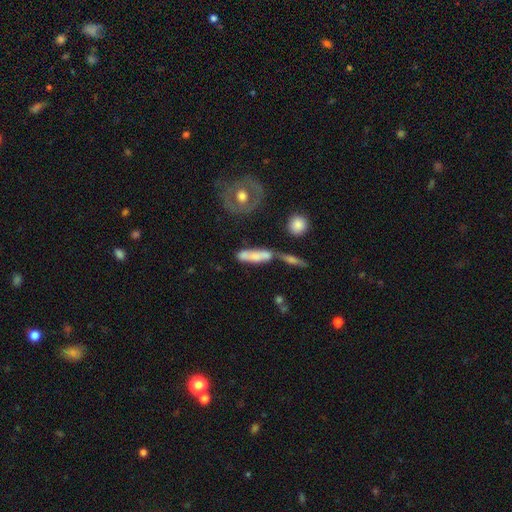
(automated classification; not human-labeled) The model was most divided on "merging": none: 38%, merger: 35%, minor disturbance: 17%, major disturbance: 11%. More confident: how rounded — cigar-shaped (55%); smooth or featured — smooth (54%).